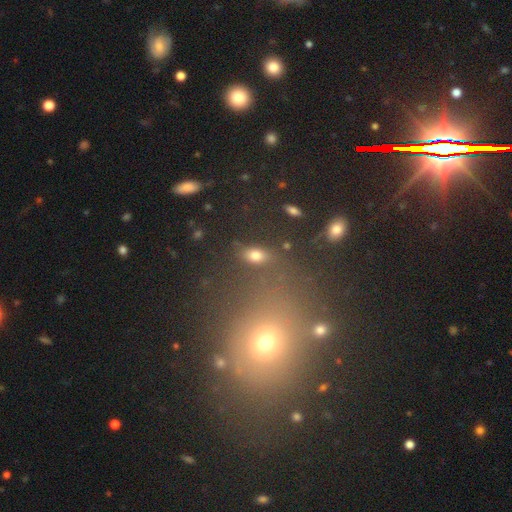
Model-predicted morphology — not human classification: smooth_or_featured: smooth (p=0.74) [alt: star or artifact p=0.15]
how_rounded: in between (p=0.83) [alt: round p=0.10]
merging: none (p=0.79) [alt: minor disturbance p=0.11]